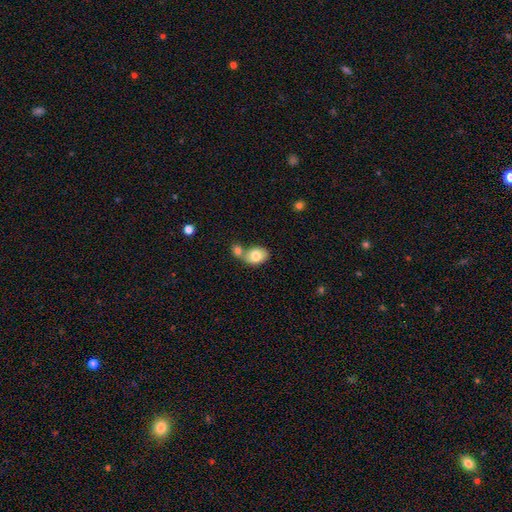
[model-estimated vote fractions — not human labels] smooth 80%, featured or disk 12%, star or artifact 7%. Down the decision tree: how rounded — in between (67%); merging — merger (50%).